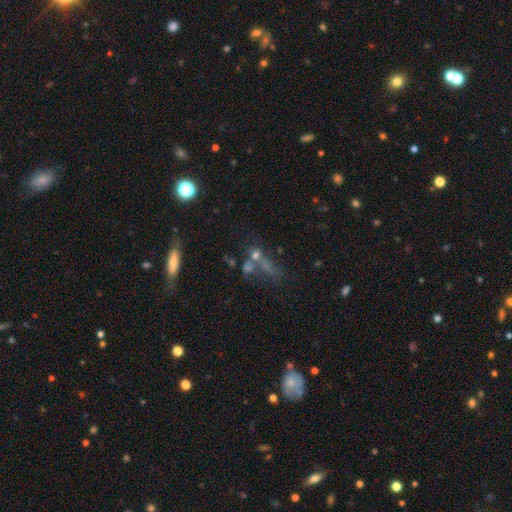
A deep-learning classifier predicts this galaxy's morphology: Smooth or featured?
  - smooth: 41% *
  - star or artifact: 33%
  - featured or disk: 27%
Merging?
  - none: 44% *
  - merger: 32%
  - major disturbance: 12%
  - minor disturbance: 12%